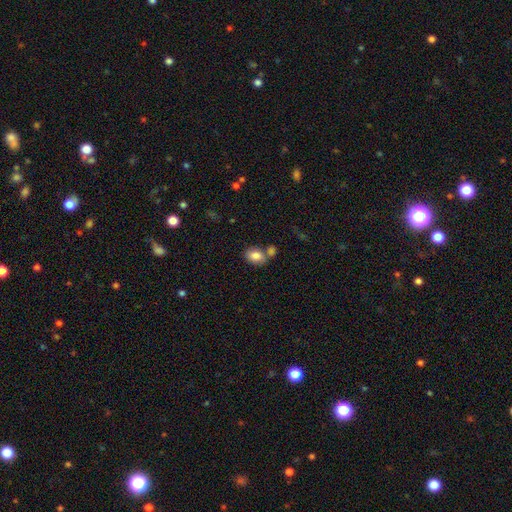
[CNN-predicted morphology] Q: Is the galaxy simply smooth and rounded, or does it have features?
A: smooth — 83%.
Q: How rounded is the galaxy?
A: in between — 72%.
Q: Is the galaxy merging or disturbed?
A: none — 53%.